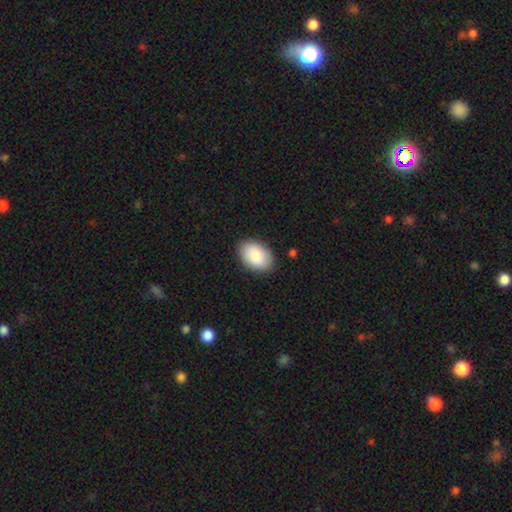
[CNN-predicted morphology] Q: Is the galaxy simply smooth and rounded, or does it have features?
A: smooth — 85%.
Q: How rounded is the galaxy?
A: in between — 88%.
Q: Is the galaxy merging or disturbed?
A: none — 87%.